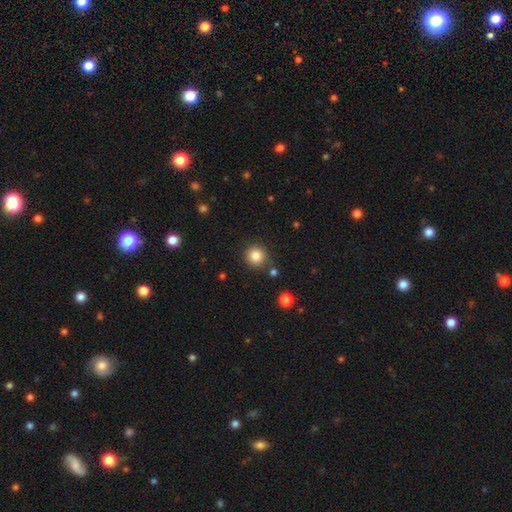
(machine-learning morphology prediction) The model was most divided on "smooth or featured": smooth: 84%, star or artifact: 11%, featured or disk: 5%. More confident: how rounded — round (93%); merging — none (85%).